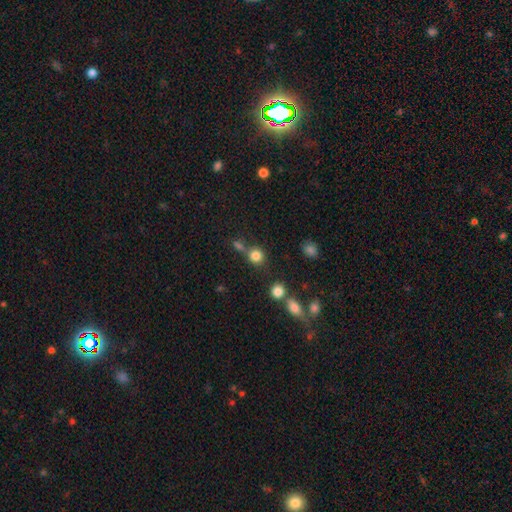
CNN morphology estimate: This appears to be a smooth galaxy with no disk features (81%) that is round (85%). Merging: none (63%).